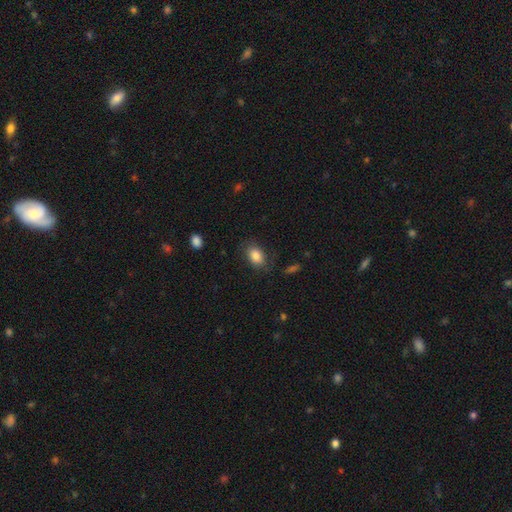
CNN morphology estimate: smooth_or_featured: smooth (p=0.83) [alt: featured or disk p=0.09]
how_rounded: in between (p=0.81) [alt: round p=0.17]
merging: none (p=0.74) [alt: minor disturbance p=0.18]